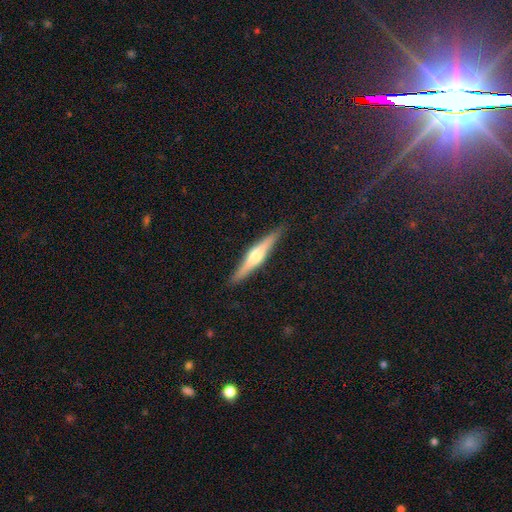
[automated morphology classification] This appears to be a featured or disk galaxy (69%) viewed edge-on (98%) with a rounded central bulge (87%). Merging: none (90%).